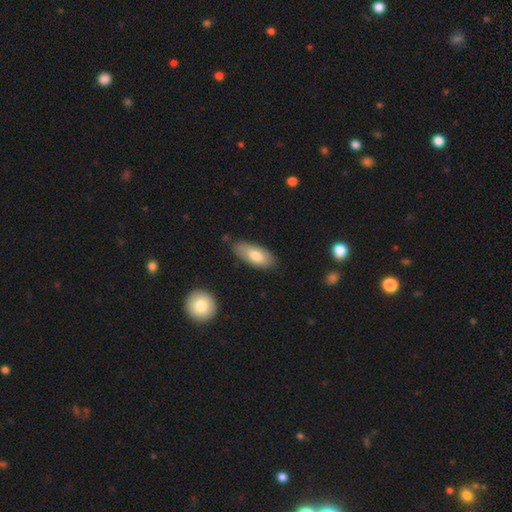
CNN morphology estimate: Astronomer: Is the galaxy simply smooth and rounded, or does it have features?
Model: smooth — 75%.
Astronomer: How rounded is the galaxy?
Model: in between — 85%.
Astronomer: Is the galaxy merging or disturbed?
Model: none — 74%.